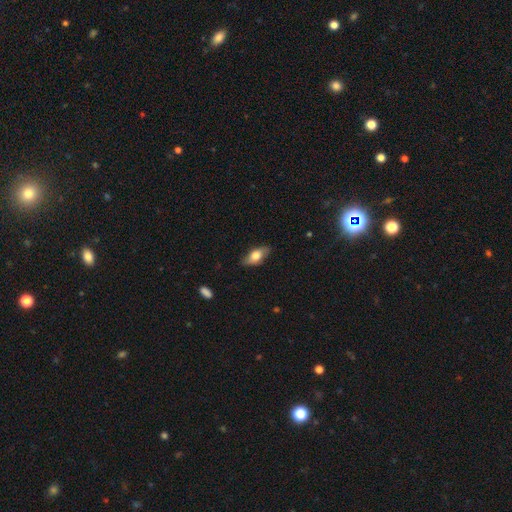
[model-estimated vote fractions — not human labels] Smooth or featured? Predicted: smooth (p=0.69). How rounded? Predicted: in between (p=0.85). Merging? Predicted: none (p=0.82).